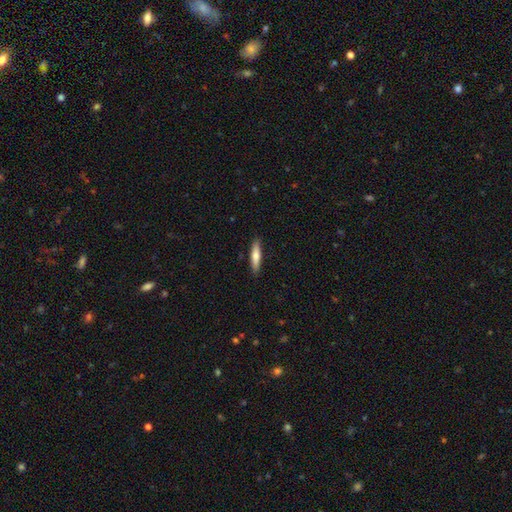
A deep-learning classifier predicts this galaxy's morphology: Q: Smooth or featured?
A: smooth (69%); runner-up: featured or disk (26%)
Q: How rounded?
A: cigar-shaped (81%); runner-up: in between (18%)
Q: Merging?
A: none (90%); runner-up: minor disturbance (8%)